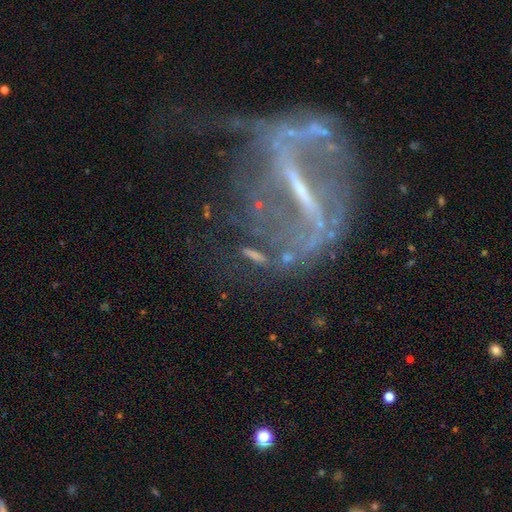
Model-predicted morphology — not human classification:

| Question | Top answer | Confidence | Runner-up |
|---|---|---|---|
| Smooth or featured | featured or disk | 64% | star or artifact (18%) |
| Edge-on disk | no | 69% | yes (31%) |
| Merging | none | 59% | minor disturbance (17%) |